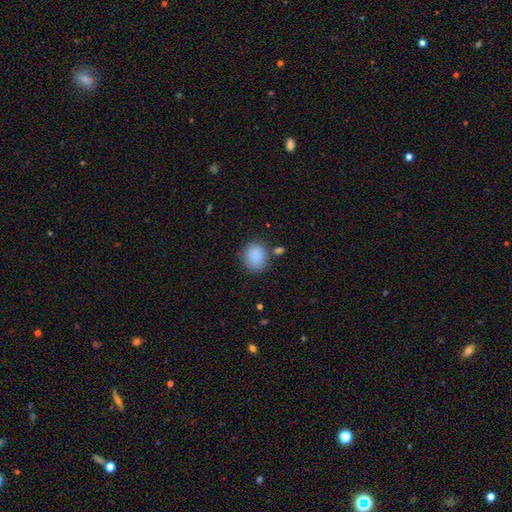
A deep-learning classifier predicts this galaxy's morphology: smooth-or-featured: smooth: 88% | star or artifact: 8% | featured or disk: 4%
  how-rounded: round: 70% | in between: 29% | cigar-shaped: 1%
  merging: none: 76% | minor disturbance: 13% | merger: 6% | major disturbance: 4%